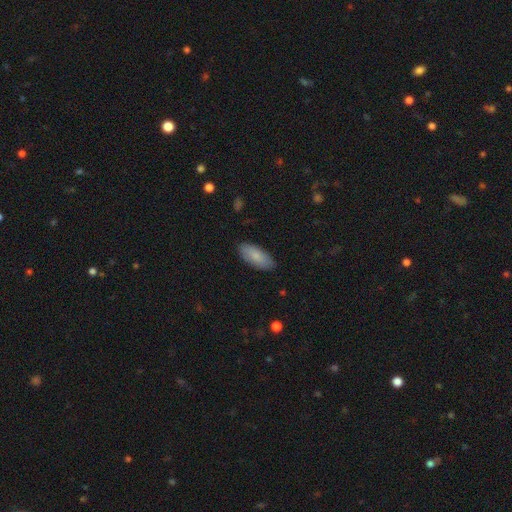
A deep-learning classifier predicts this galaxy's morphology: A smooth galaxy with no disk features (84%) that is in between round and cigar-shaped (86%).

Vote fractions:
- Smooth or featured? smooth: 84% / featured or disk: 10% / star or artifact: 6%
- How rounded? in between: 86% / cigar-shaped: 12% / round: 2%
- Merging? none: 86% / minor disturbance: 11% / major disturbance: 2% / merger: 1%